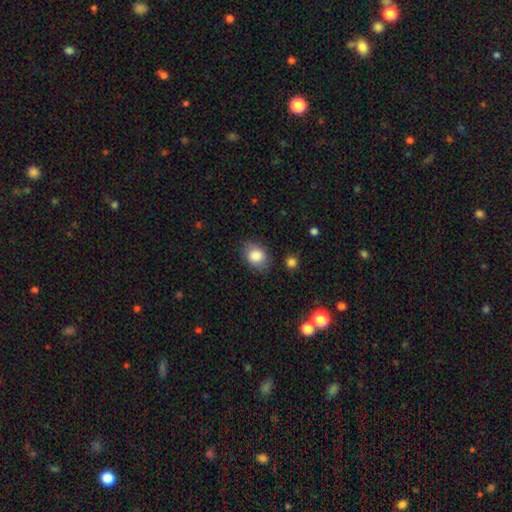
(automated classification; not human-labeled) smooth-or-featured: smooth: 84% | star or artifact: 8% | featured or disk: 8%
  how-rounded: in between: 65% | round: 34% | cigar-shaped: 1%
  merging: none: 79% | minor disturbance: 15% | major disturbance: 4% | merger: 2%